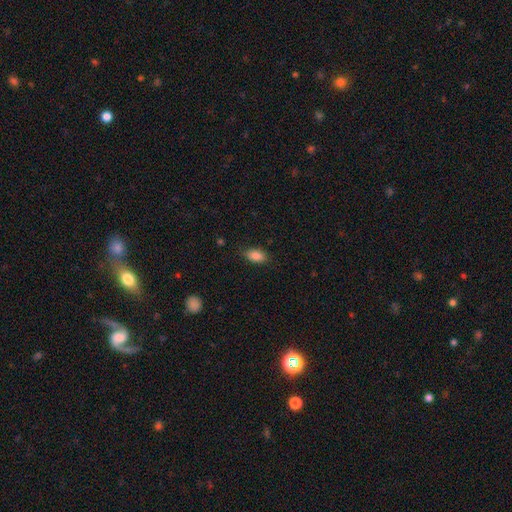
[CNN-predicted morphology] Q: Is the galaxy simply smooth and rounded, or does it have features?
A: smooth — 87%.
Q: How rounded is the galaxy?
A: in between — 90%.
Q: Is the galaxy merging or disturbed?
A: none — 82%.